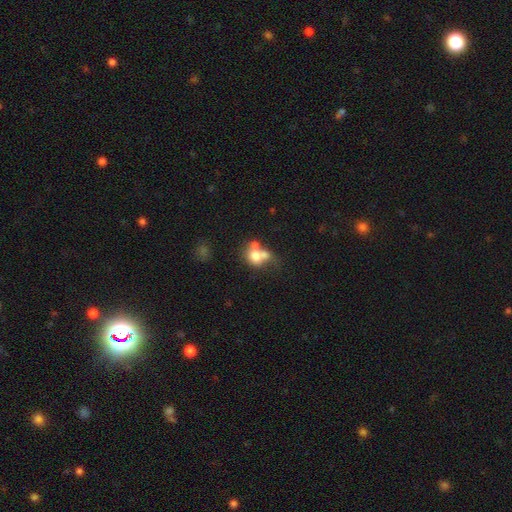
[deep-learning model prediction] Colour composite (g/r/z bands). It shows a smooth galaxy with no disk features (66%) that is round (60%). Merging: merger (57%).